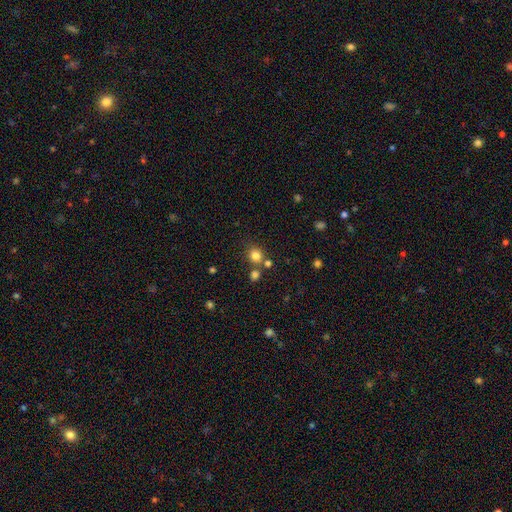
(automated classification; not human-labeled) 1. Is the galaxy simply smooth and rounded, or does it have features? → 80% smooth, 14% star or artifact, 6% featured or disk.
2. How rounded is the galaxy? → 78% round, 21% in between, 1% cigar-shaped.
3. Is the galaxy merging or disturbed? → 68% none, 19% merger, 10% minor disturbance, 4% major disturbance.